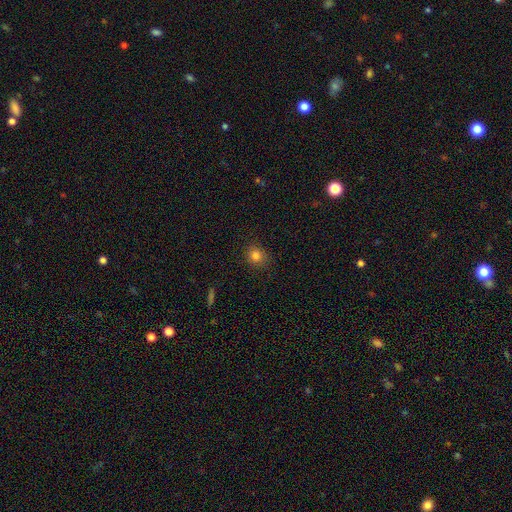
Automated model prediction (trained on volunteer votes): A smooth galaxy with no disk features (80%) that is round (82%).

Vote fractions:
- Smooth or featured? smooth: 80% / star or artifact: 14% / featured or disk: 6%
- How rounded? round: 82% / in between: 17% / cigar-shaped: 1%
- Merging? none: 88% / minor disturbance: 9% / major disturbance: 2% / merger: 1%